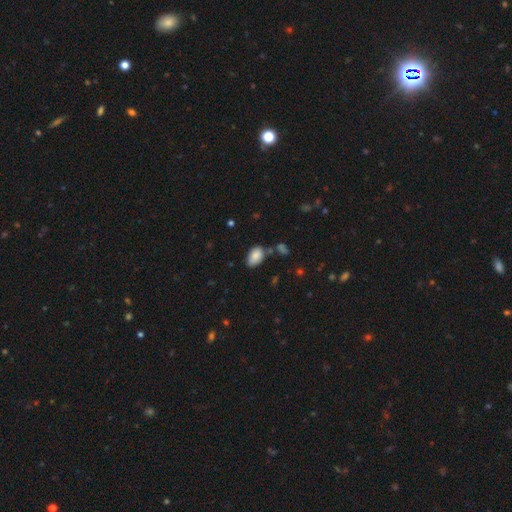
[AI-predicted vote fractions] A smooth galaxy with no disk features (86%) that is in between round and cigar-shaped (92%). Merging: none (65%).